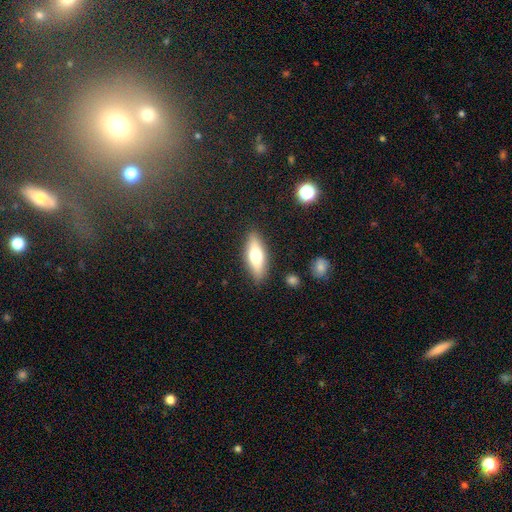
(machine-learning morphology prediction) Overall: smooth (59%; featured or disk 35%). How rounded: in between (55%; cigar-shaped 43%). Merging: none (87%).